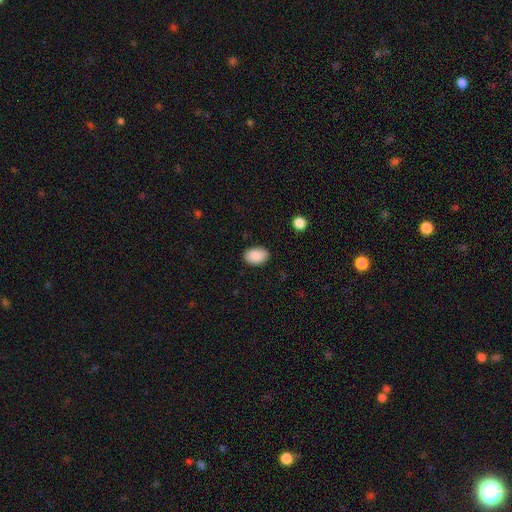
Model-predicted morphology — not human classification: Smooth or featured?
  - smooth: 89% *
  - star or artifact: 7%
  - featured or disk: 4%
How rounded?
  - in between: 87% *
  - round: 12%
  - cigar-shaped: 1%
Merging?
  - none: 85% *
  - minor disturbance: 12%
  - major disturbance: 2%
  - merger: 1%